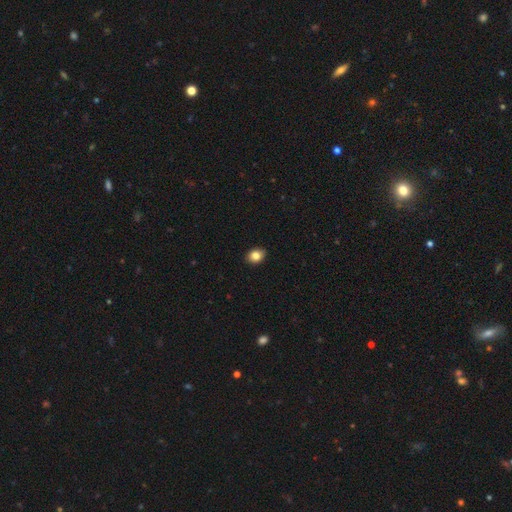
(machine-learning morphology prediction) smooth_or_featured: smooth (p=0.84) [alt: star or artifact p=0.09]
how_rounded: in between (p=0.64) [alt: round p=0.35]
merging: none (p=0.91) [alt: minor disturbance p=0.07]